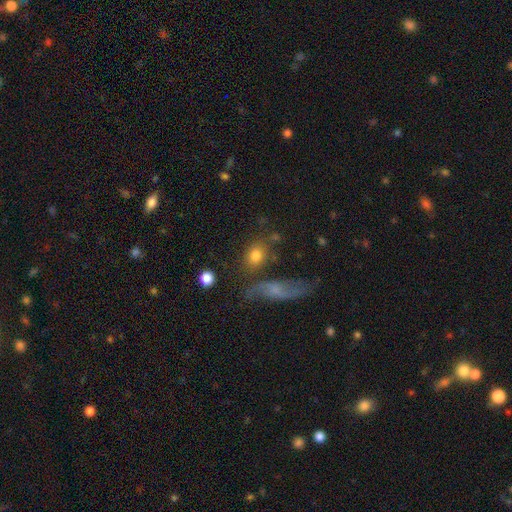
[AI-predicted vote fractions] Smooth or featured: smooth — 76% (featured or disk — 14%)
How rounded: in between — 54% (round — 42%)
Merging: none — 66% (minor disturbance — 14%)